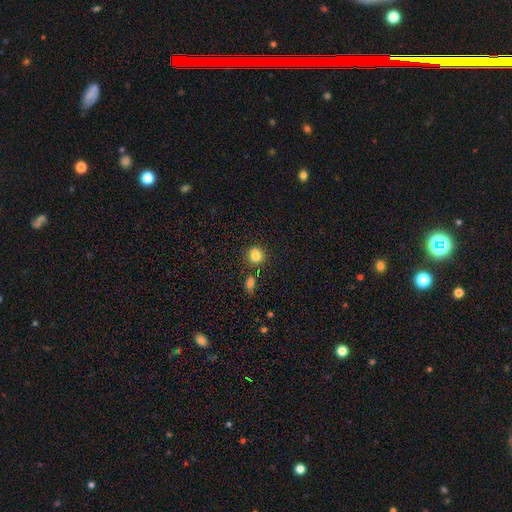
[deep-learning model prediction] This is clearly a smooth galaxy (81%). How rounded: clearly round (81%). Merging: likely none (70%).